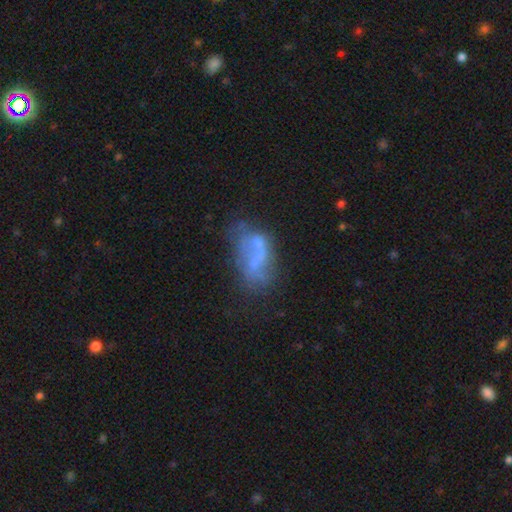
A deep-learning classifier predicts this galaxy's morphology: Smooth or featured? featured or disk (52%)
Edge-on disk? no (95%)
Merging? none (32%)